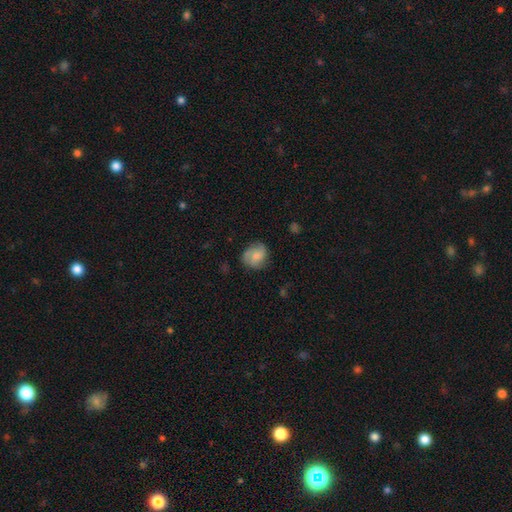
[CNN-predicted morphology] Smooth or featured: smooth — 53% (featured or disk — 40%)
How rounded: round — 70% (in between — 29%)
Merging: none — 69% (minor disturbance — 22%)